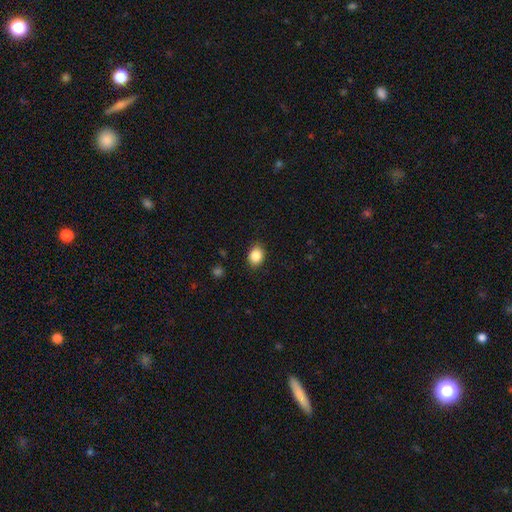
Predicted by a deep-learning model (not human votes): Smooth or featured: smooth — 86% (star or artifact — 9%)
How rounded: in between — 59% (round — 40%)
Merging: none — 87% (minor disturbance — 10%)